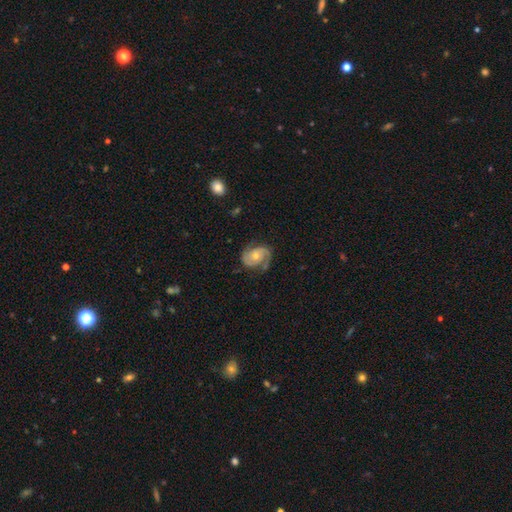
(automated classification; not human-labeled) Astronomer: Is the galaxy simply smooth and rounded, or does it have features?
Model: featured or disk — 84%.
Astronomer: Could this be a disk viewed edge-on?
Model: no — 98%.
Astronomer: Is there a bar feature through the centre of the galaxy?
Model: no — 69%.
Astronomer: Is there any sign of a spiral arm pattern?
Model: yes — 96%.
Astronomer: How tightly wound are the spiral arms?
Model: medium — 46% (runner-up: tight, 39%).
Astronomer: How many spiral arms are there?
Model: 2 — 88%.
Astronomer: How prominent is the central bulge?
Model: moderate — 57% (runner-up: small, 38%).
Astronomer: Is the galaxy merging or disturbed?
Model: none — 72%.